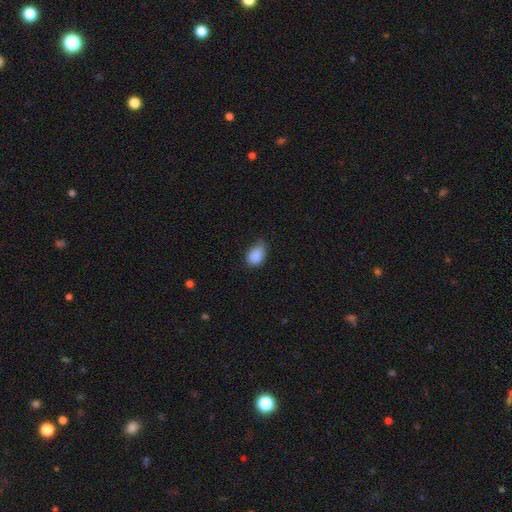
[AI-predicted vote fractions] A smooth galaxy with no disk features (87%) that is in between round and cigar-shaped (76%). Merging: none (47%).